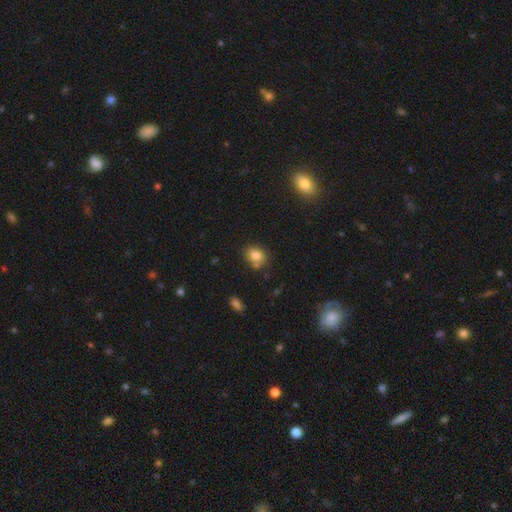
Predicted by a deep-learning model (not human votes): Smooth or featured?
  - smooth: 82% *
  - star or artifact: 11%
  - featured or disk: 7%
How rounded?
  - in between: 50% *
  - round: 49%
  - cigar-shaped: 1%
Merging?
  - none: 68% *
  - minor disturbance: 18%
  - merger: 10%
  - major disturbance: 4%